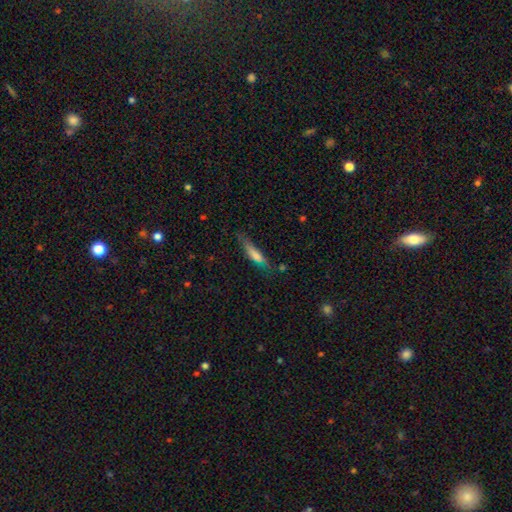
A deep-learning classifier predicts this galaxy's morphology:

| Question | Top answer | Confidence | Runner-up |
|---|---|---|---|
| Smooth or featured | smooth | 60% | featured or disk (32%) |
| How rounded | cigar-shaped | 81% | in between (17%) |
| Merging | none | 65% | minor disturbance (24%) |